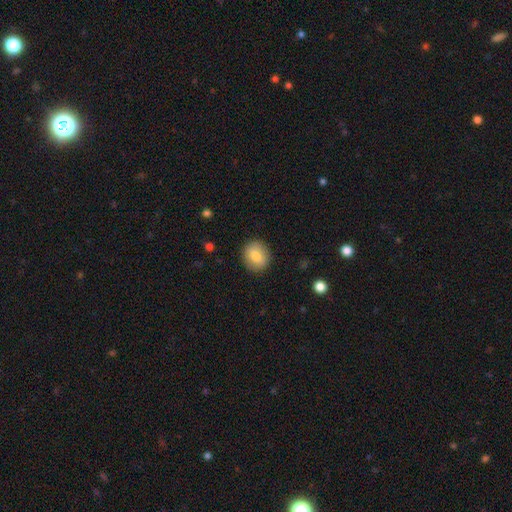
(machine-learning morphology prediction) Smooth or featured?
  - smooth: 76% *
  - featured or disk: 16%
  - star or artifact: 8%
How rounded?
  - round: 82% *
  - in between: 17%
  - cigar-shaped: 1%
Merging?
  - none: 89% *
  - minor disturbance: 7%
  - major disturbance: 2%
  - merger: 1%